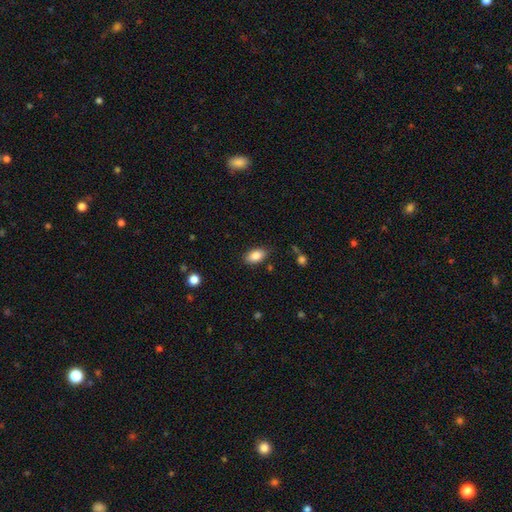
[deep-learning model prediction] Smooth or featured?
  - smooth: 86% *
  - star or artifact: 8%
  - featured or disk: 7%
How rounded?
  - in between: 92% *
  - round: 5%
  - cigar-shaped: 3%
Merging?
  - none: 85% *
  - minor disturbance: 11%
  - major disturbance: 3%
  - merger: 2%